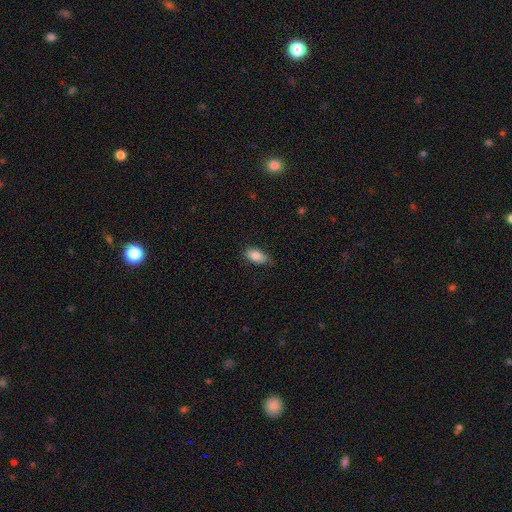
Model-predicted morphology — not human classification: A smooth galaxy with no disk features (81%) that is in between round and cigar-shaped (92%).

Vote fractions:
- Smooth or featured? smooth: 81% / featured or disk: 12% / star or artifact: 7%
- How rounded? in between: 92% / round: 4% / cigar-shaped: 4%
- Merging? none: 73% / minor disturbance: 23% / major disturbance: 4% / merger: 1%